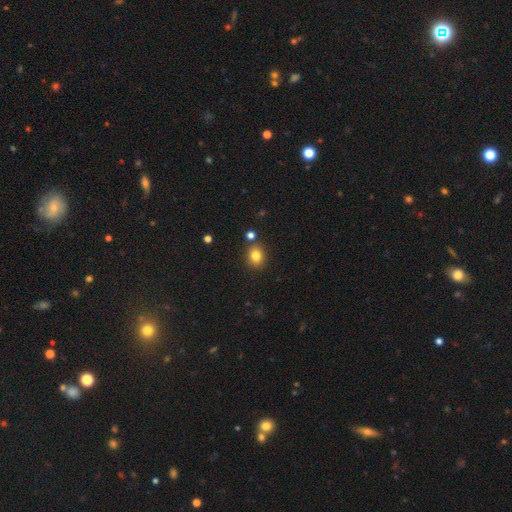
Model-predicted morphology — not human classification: Smooth or featured: smooth — 82% (star or artifact — 12%)
How rounded: round — 62% (in between — 37%)
Merging: none — 82% (minor disturbance — 9%)